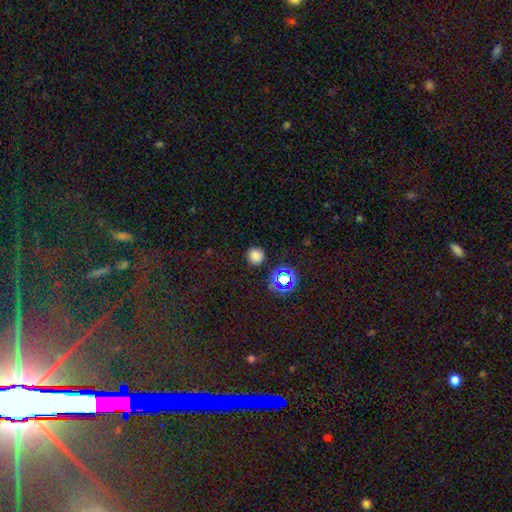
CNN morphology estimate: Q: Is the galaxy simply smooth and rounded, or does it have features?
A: smooth — 76%.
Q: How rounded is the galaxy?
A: round — 92%.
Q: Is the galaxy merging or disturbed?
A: none — 89%.